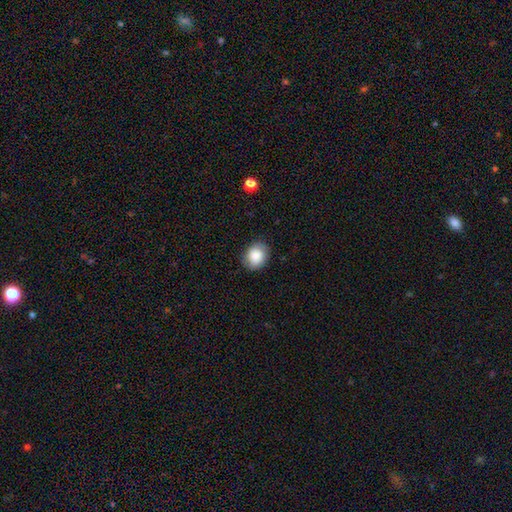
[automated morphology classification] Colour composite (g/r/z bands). It shows a smooth galaxy with no disk features (84%) that is round (52%). Merging: none (83%).